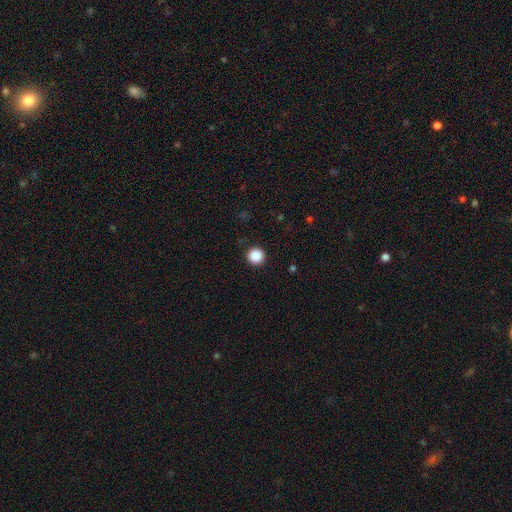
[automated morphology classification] This is clearly a smooth galaxy (88%). How rounded: clearly round (96%). Merging: clearly none (92%).